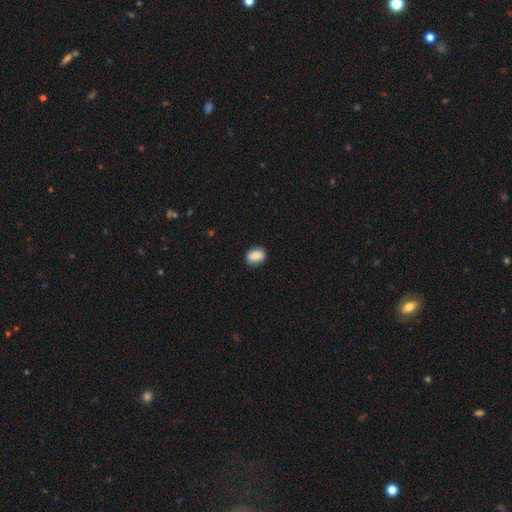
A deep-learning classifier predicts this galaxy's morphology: Smooth or featured: smooth — 84% (featured or disk — 8%)
How rounded: in between — 70% (round — 29%)
Merging: none — 85% (minor disturbance — 12%)